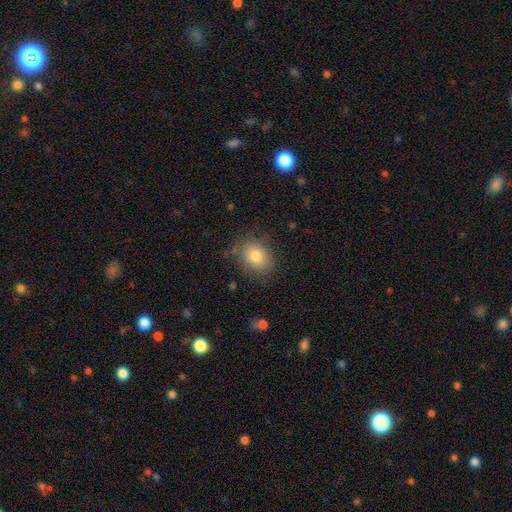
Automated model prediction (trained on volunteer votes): This appears to be a smooth galaxy with no disk features (80%) that is round (51%). Merging: none (79%).